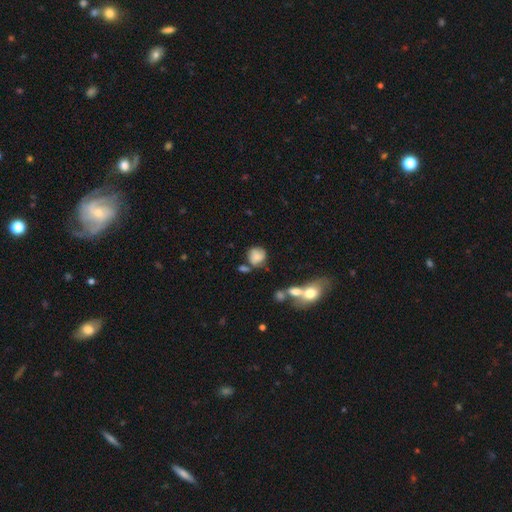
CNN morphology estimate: A smooth galaxy with no disk features (69%) that is round (75%).

Vote fractions:
- Smooth or featured? smooth: 69% / featured or disk: 22% / star or artifact: 9%
- How rounded? round: 75% / in between: 24% / cigar-shaped: 1%
- Merging? none: 51% / minor disturbance: 24% / merger: 15% / major disturbance: 9%